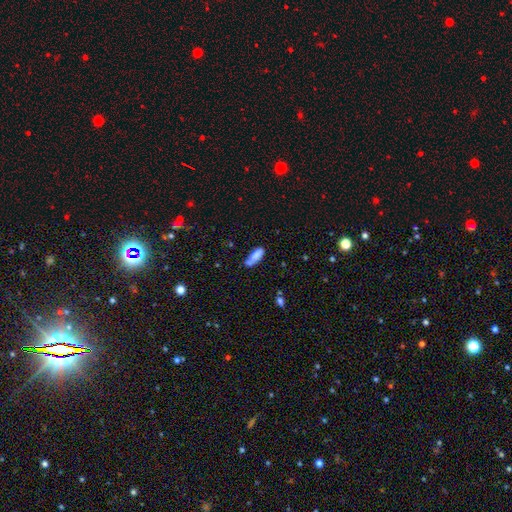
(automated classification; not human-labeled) Smooth or featured? Predicted: smooth (p=0.77). How rounded? Predicted: in between (p=0.66). Merging? Predicted: none (p=0.51).